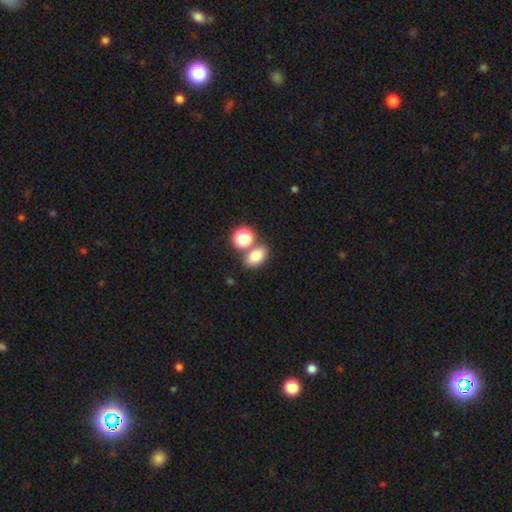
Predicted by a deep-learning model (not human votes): A smooth galaxy with no disk features (79%) that is in between round and cigar-shaped (74%).

Vote fractions:
- Smooth or featured? smooth: 79% / star or artifact: 12% / featured or disk: 9%
- How rounded? in between: 74% / round: 25% / cigar-shaped: 1%
- Merging? none: 60% / merger: 26% / minor disturbance: 10% / major disturbance: 3%